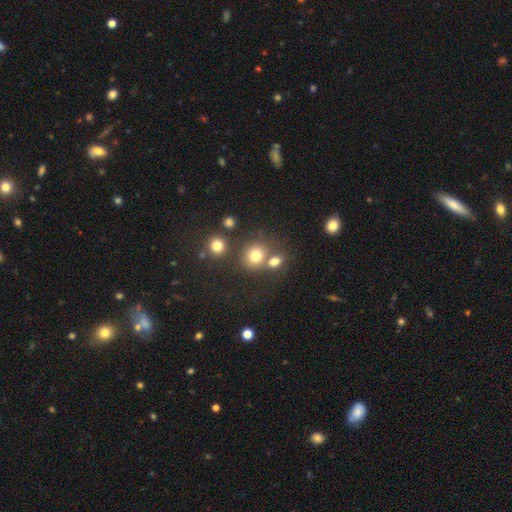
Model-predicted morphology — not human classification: Smooth or featured? smooth (75%)
How rounded? round (79%)
Merging? none (58%)